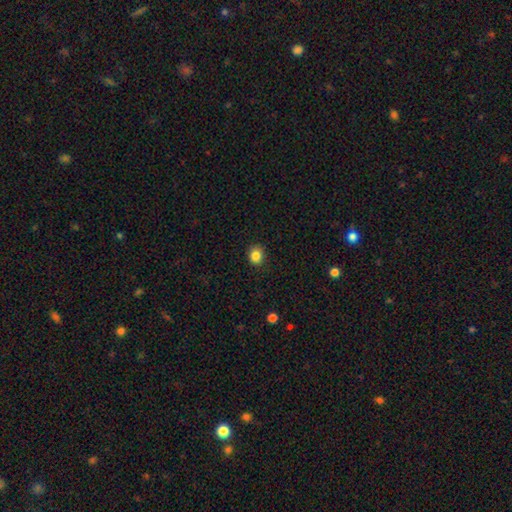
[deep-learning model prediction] Morphology: type=smooth (85%); roundness=round (73%); merging=none (88%).